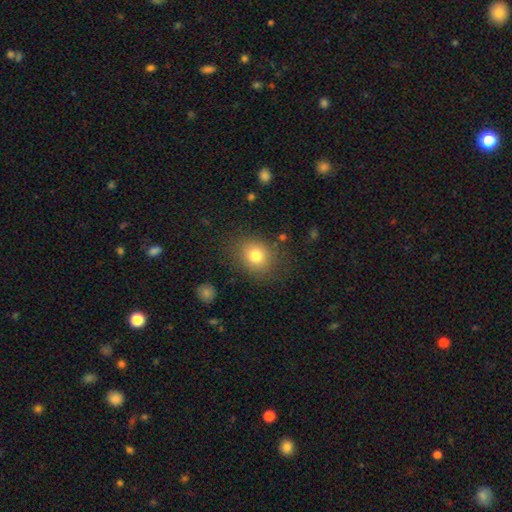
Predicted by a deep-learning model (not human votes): A smooth galaxy with no disk features (78%) that is round (64%).

Vote fractions:
- Smooth or featured? smooth: 78% / star or artifact: 12% / featured or disk: 10%
- How rounded? round: 64% / in between: 35% / cigar-shaped: 1%
- Merging? none: 80% / minor disturbance: 13% / major disturbance: 5% / merger: 2%